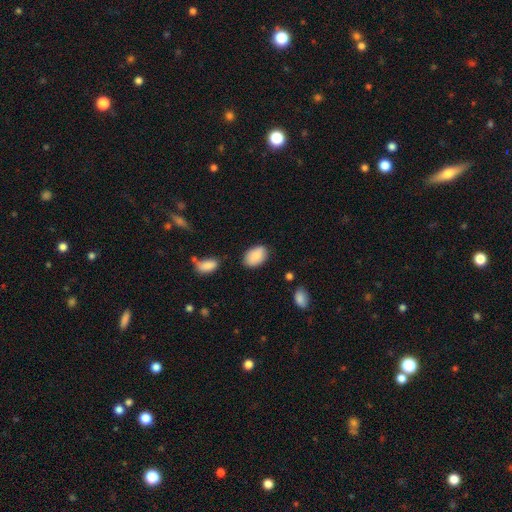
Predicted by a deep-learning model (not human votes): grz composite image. It shows a smooth galaxy with no disk features (87%) that is in between round and cigar-shaped (91%). Merging: none (81%).